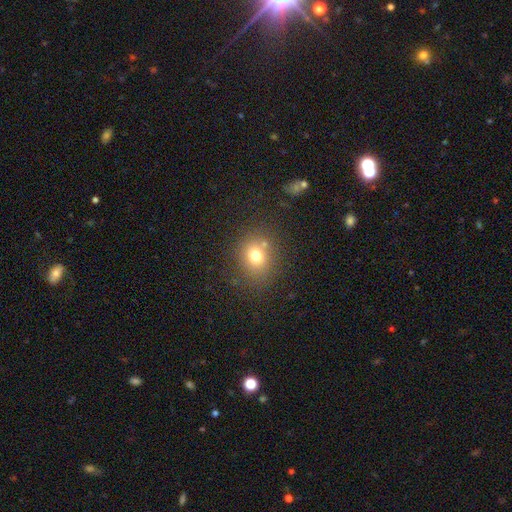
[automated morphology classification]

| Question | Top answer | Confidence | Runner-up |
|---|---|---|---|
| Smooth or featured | smooth | 74% | star or artifact (15%) |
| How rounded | round | 62% | in between (37%) |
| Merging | none | 73% | minor disturbance (13%) |